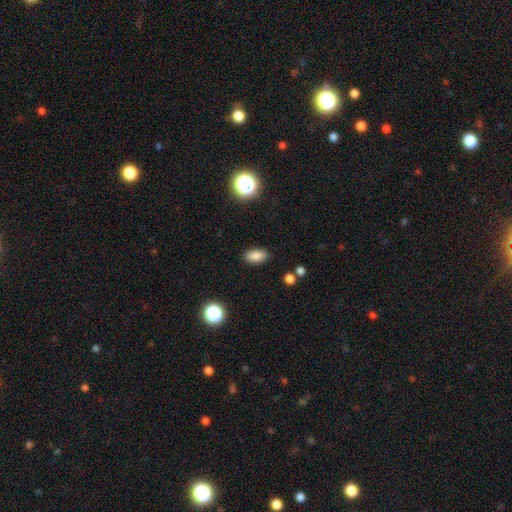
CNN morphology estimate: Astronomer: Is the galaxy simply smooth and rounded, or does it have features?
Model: smooth — 83%.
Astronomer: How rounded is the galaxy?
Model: in between — 89%.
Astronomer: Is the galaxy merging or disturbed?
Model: none — 87%.